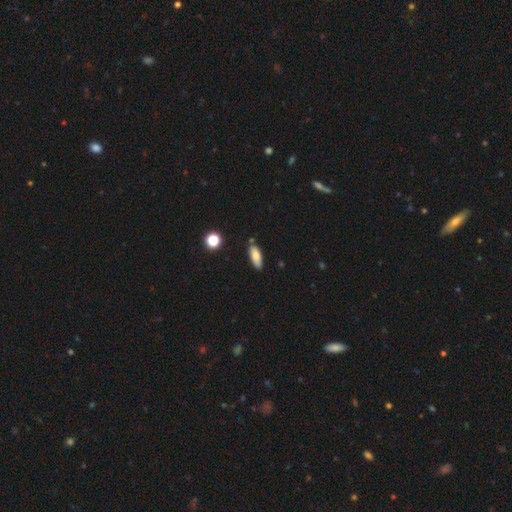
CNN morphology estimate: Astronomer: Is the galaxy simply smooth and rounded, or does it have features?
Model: smooth — 82%.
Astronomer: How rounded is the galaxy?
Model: in between — 74%.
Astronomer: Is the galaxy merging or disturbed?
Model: none — 77%.